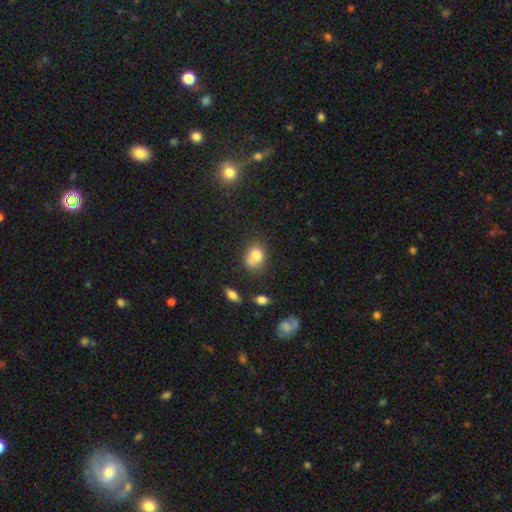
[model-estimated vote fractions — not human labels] The model was most divided on "how rounded": round: 55%, in between: 44%, cigar-shaped: 1%. More confident: smooth or featured — smooth (79%); merging — none (52%).